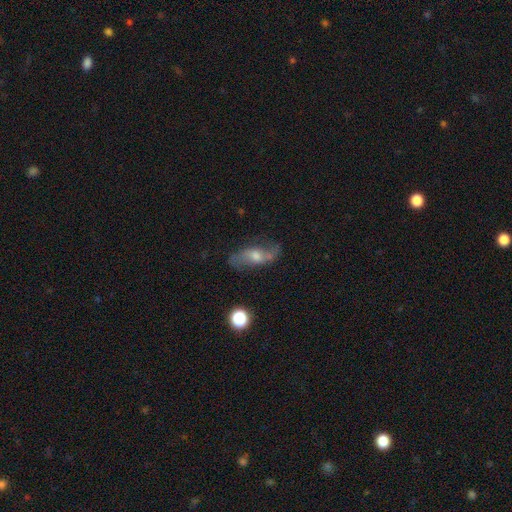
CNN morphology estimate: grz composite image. It shows a featured or disk galaxy (67%) with no bar (55%), spiral arms (86%) and a moderate central bulge (57%). Merging: none (69%).